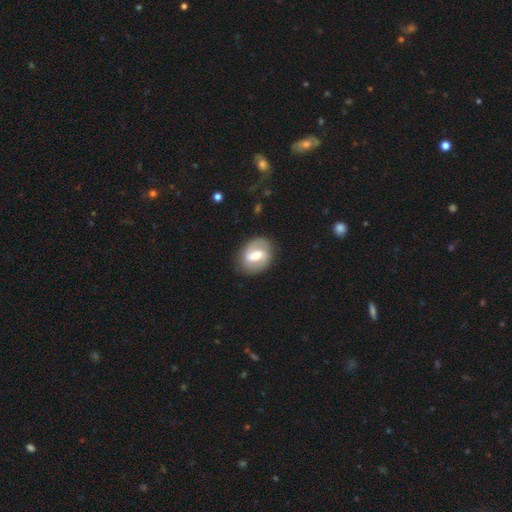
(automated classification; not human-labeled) This appears to be a featured or disk galaxy (68%) with a weak bar (50%), 2 (85%) medium (44%) spiral arms (80%) and a moderate central bulge (65%). Merging: none (83%).